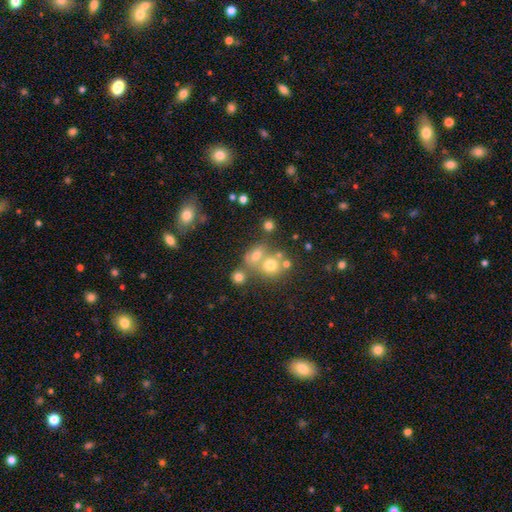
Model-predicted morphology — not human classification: A smooth galaxy with no disk features (64%) that is round (64%).

Vote fractions:
- Smooth or featured? smooth: 64% / star or artifact: 20% / featured or disk: 16%
- How rounded? round: 64% / in between: 35% / cigar-shaped: 2%
- Merging? none: 43% / merger: 40% / minor disturbance: 11% / major disturbance: 6%